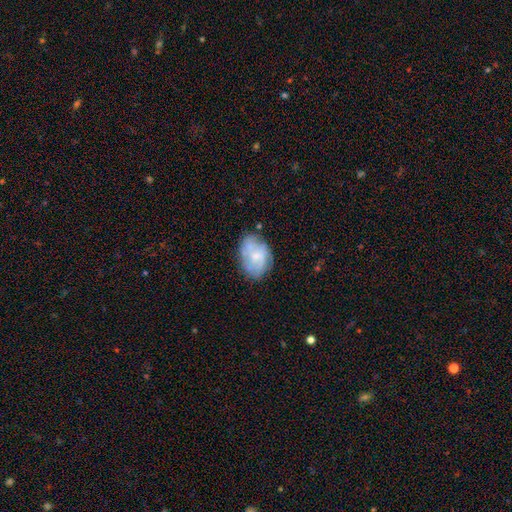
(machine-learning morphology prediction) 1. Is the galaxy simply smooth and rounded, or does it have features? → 52% featured or disk, 40% smooth, 8% star or artifact.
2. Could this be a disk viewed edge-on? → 97% no, 3% yes.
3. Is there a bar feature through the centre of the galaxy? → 70% no, 26% weak, 4% strong.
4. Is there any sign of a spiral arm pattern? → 63% yes, 37% no.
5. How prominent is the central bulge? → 47% small, 32% moderate, 16% none, 3% large, 1% dominant.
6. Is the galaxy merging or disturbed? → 63% none, 24% minor disturbance, 9% major disturbance, 4% merger.